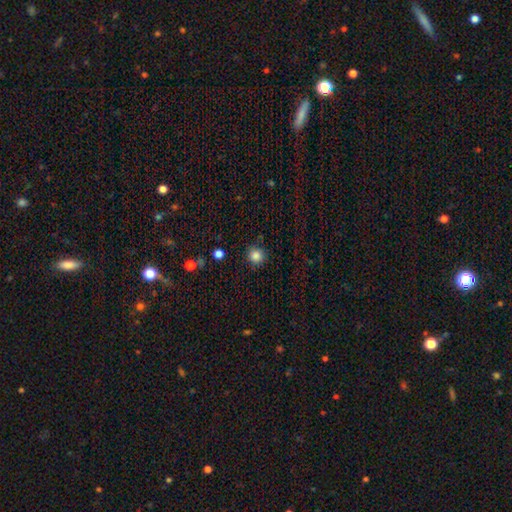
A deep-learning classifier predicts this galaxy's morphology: Smooth or featured? smooth (85%)
How rounded? round (91%)
Merging? none (87%)